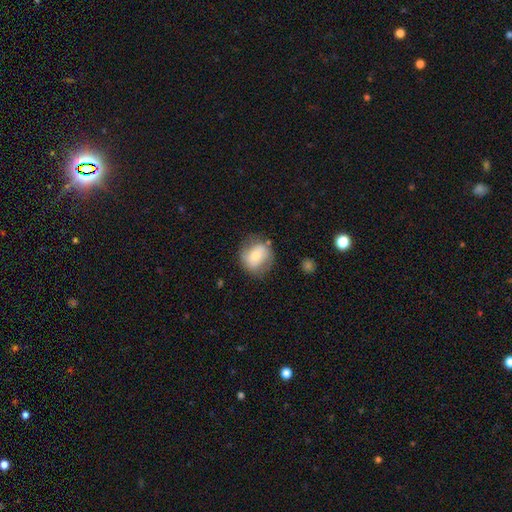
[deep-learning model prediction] A smooth galaxy with no disk features (64%) that is round (75%). Merging: none (70%).